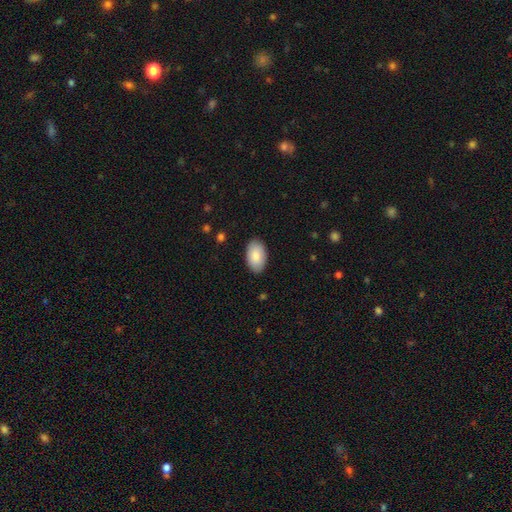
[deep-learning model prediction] This appears to be a smooth galaxy with no disk features (86%) that is in between round and cigar-shaped (94%). Merging: none (88%).